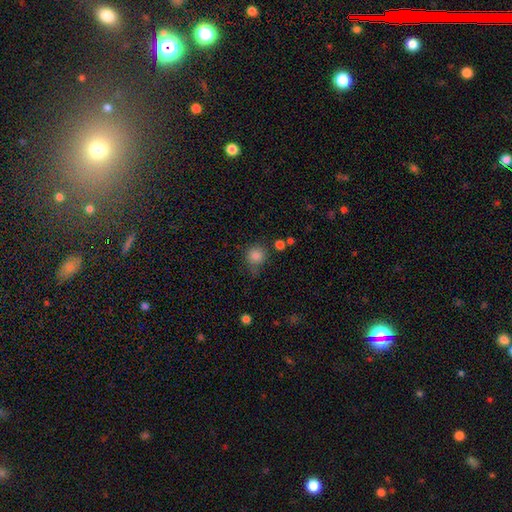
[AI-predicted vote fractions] smooth-or-featured: smooth: 84% | star or artifact: 11% | featured or disk: 5%
  how-rounded: round: 88% | in between: 11% | cigar-shaped: 1%
  merging: none: 70% | minor disturbance: 18% | merger: 6% | major disturbance: 6%